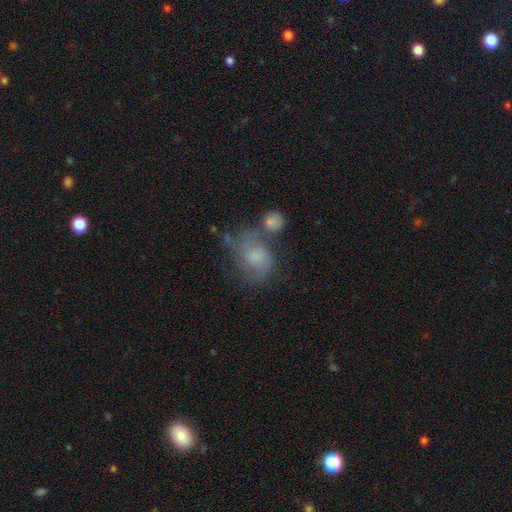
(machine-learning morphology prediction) Smooth or featured: featured or disk — 47% (smooth — 42%)
Merging: none — 36% (merger — 26%)